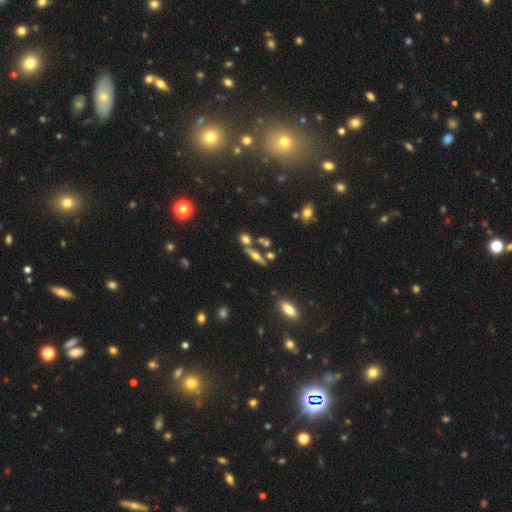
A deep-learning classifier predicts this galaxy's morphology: smooth_or_featured: featured or disk (p=0.59) [alt: smooth p=0.29]
disk_edge_on: yes (p=0.90) [alt: no p=0.10]
edge_on_bulge: rounded (p=0.93) [alt: boxy p=0.04]
merging: none (p=0.67) [alt: merger p=0.17]